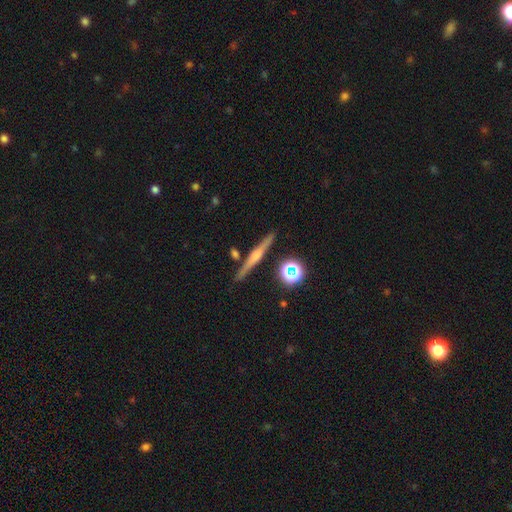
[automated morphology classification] Smooth or featured: featured or disk — 71% (smooth — 20%)
Edge-on disk: yes — 98% (no — 2%)
Edge-on bulge: rounded — 76% (none — 14%)
Merging: none — 88% (minor disturbance — 7%)